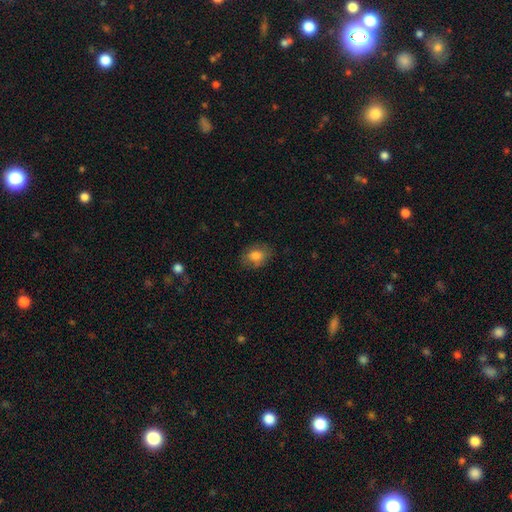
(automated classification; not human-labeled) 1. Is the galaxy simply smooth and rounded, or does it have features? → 79% smooth, 12% featured or disk, 9% star or artifact.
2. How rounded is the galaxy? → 61% in between, 38% round, 1% cigar-shaped.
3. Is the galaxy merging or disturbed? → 75% none, 18% minor disturbance, 5% major disturbance, 1% merger.